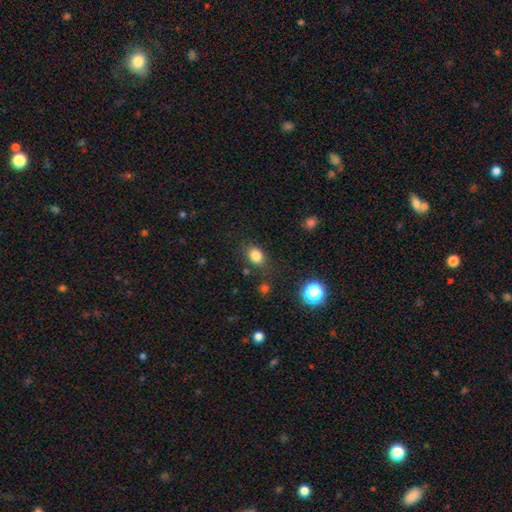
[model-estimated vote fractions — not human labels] Morphology: type=smooth (82%); roundness=in between (63%); merging=none (77%).